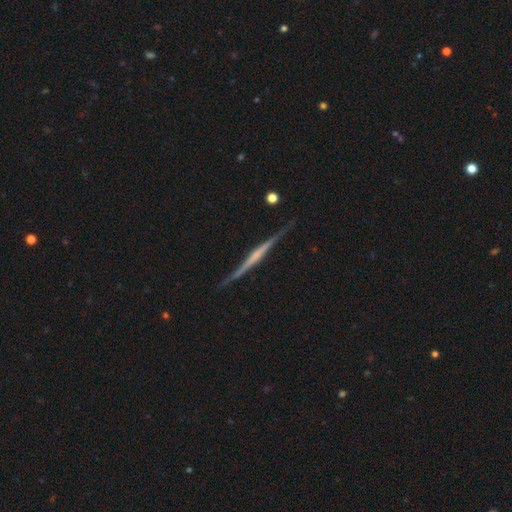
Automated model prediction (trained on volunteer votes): A featured or disk galaxy (76%) viewed edge-on (98%) with no central bulge (53%).

Vote fractions:
- Smooth or featured? featured or disk: 76% / smooth: 19% / star or artifact: 5%
- Edge-on disk? yes: 98% / no: 2%
- Edge-on bulge? none: 53% / rounded: 29% / boxy: 18%
- Merging? none: 86% / minor disturbance: 10% / major disturbance: 2% / merger: 2%